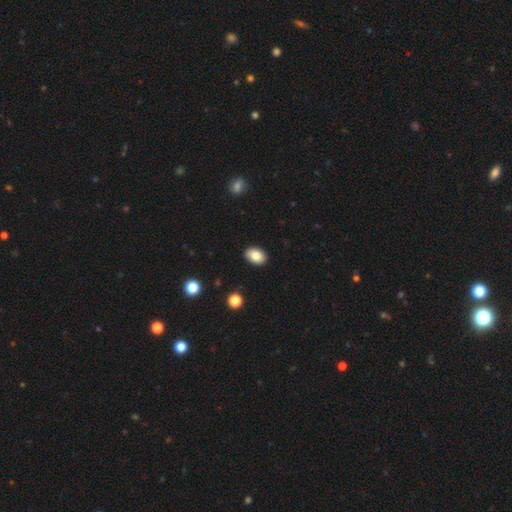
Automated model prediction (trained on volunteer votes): Q: Smooth or featured?
A: smooth (84%); runner-up: star or artifact (8%)
Q: How rounded?
A: in between (85%); runner-up: round (14%)
Q: Merging?
A: none (89%); runner-up: minor disturbance (8%)